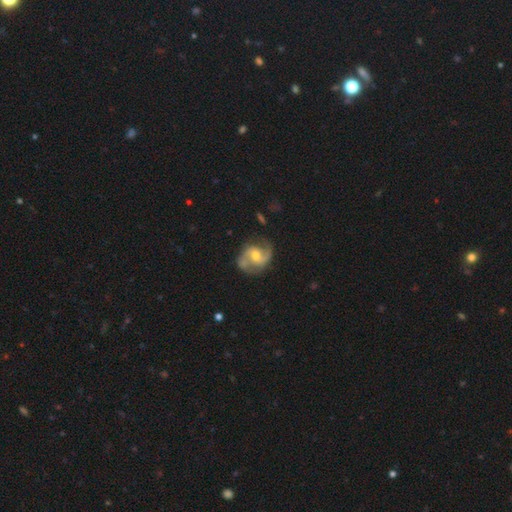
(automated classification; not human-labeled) smooth_or_featured: featured or disk (p=0.86) [alt: smooth p=0.09]
disk_edge_on: no (p=0.98) [alt: yes p=0.02]
bar: no (p=0.48) [alt: weak p=0.41]
has_spiral_arms: yes (p=0.96) [alt: no p=0.04]
spiral_winding: medium (p=0.54) [alt: loose p=0.29]
spiral_arm_count: 2 (p=0.90) [alt: can't tell p=0.04]
bulge_size: moderate (p=0.67) [alt: small p=0.27]
merging: none (p=0.74) [alt: minor disturbance p=0.18]